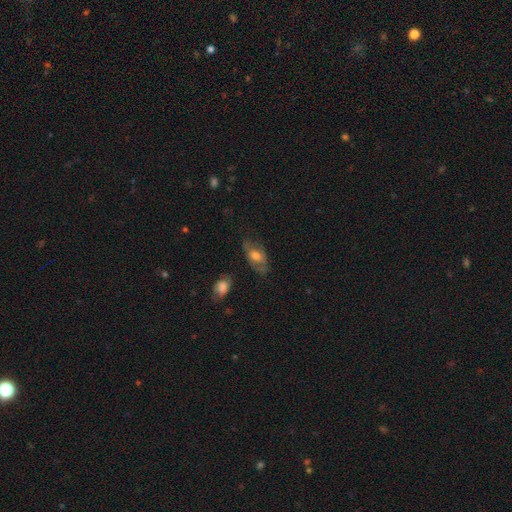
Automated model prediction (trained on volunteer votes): smooth 49%, featured or disk 44%, star or artifact 8%. Down the decision tree: merging — none (65%).